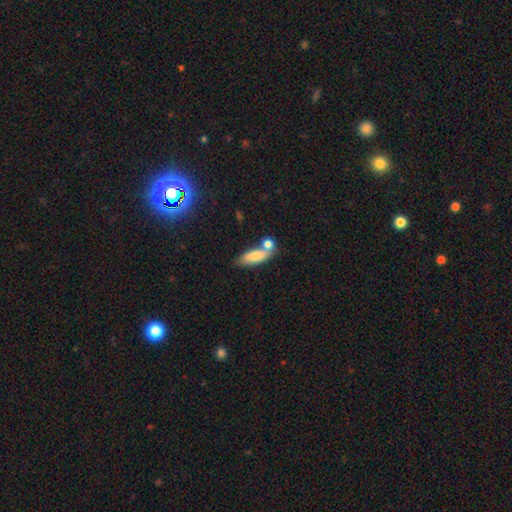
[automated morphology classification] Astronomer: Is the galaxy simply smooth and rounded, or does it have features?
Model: smooth — 75%.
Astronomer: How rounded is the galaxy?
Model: in between — 61%.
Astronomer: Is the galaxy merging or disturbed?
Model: none — 44% (runner-up: merger, 36%).